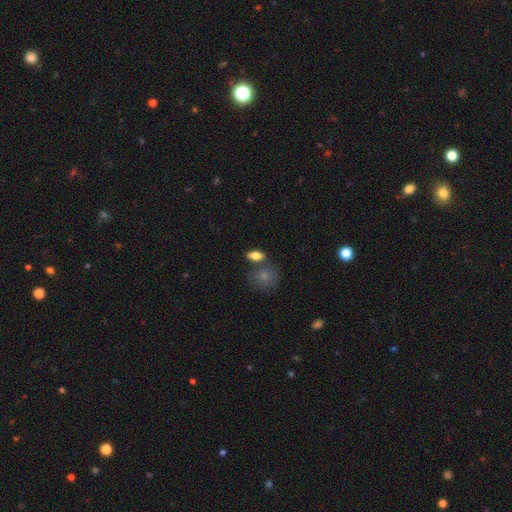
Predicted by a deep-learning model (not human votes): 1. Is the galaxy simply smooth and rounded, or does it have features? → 81% smooth, 11% featured or disk, 8% star or artifact.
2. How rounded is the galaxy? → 81% in between, 10% round, 10% cigar-shaped.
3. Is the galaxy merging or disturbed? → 67% none, 16% merger, 13% minor disturbance, 4% major disturbance.